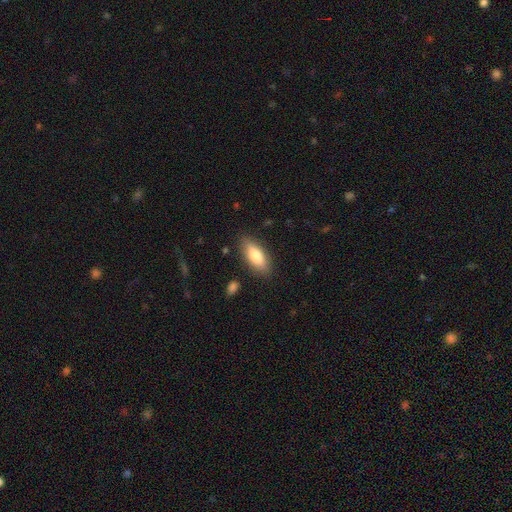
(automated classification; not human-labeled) The model was most divided on "how rounded": in between: 76%, cigar-shaped: 22%, round: 2%. More confident: merging — none (85%); smooth or featured — smooth (80%).